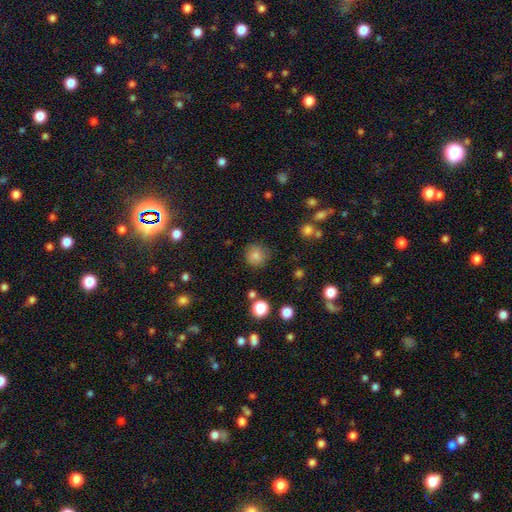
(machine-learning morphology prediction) The model was most divided on "smooth or featured": smooth: 83%, star or artifact: 12%, featured or disk: 6%. More confident: how rounded — round (91%); merging — none (83%).